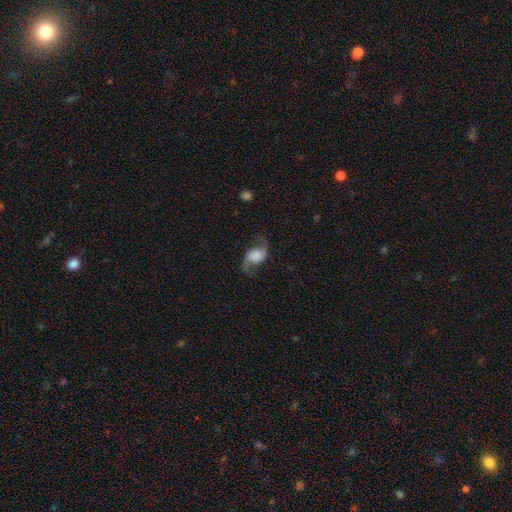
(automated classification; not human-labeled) Q: Smooth or featured?
A: featured or disk (69%); runner-up: smooth (22%)
Q: Edge-on disk?
A: no (96%); runner-up: yes (4%)
Q: Bar?
A: no (63%); runner-up: weak (28%)
Q: Spiral arms?
A: yes (94%); runner-up: no (6%)
Q: Spiral winding?
A: loose (75%); runner-up: medium (21%)
Q: Spiral arm count?
A: 2 (92%); runner-up: 1 (3%)
Q: Bulge size?
A: large (36%); runner-up: dominant (22%)
Q: Merging?
A: none (69%); runner-up: minor disturbance (17%)